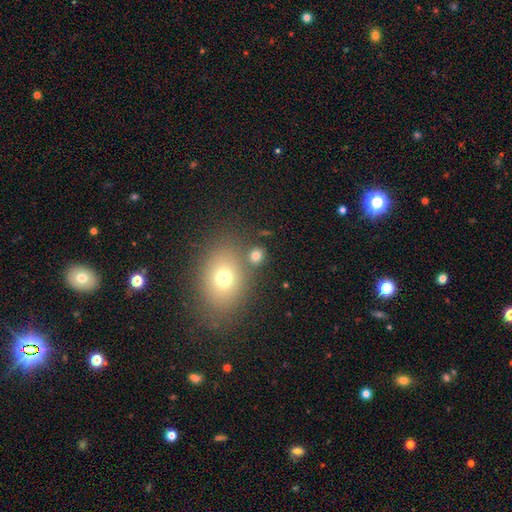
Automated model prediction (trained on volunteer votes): Q: Smooth or featured?
A: smooth (75%); runner-up: star or artifact (15%)
Q: How rounded?
A: round (69%); runner-up: in between (30%)
Q: Merging?
A: none (72%); runner-up: merger (15%)